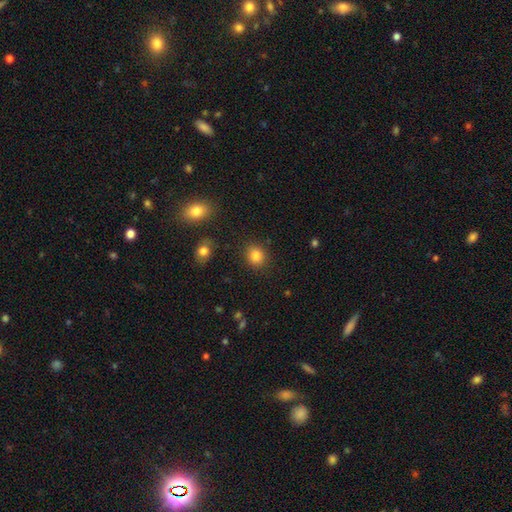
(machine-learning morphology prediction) smooth_or_featured: smooth (p=0.84) [alt: star or artifact p=0.11]
how_rounded: round (p=0.74) [alt: in between p=0.25]
merging: none (p=0.88) [alt: minor disturbance p=0.07]